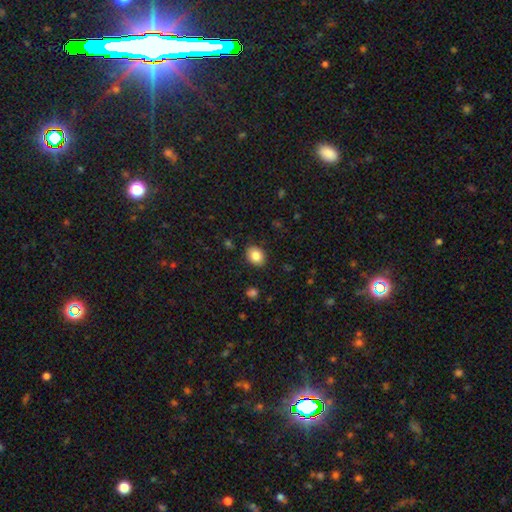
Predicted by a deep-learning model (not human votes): smooth-or-featured: smooth: 85% | star or artifact: 8% | featured or disk: 7%
  how-rounded: in between: 61% | round: 38% | cigar-shaped: 1%
  merging: none: 88% | minor disturbance: 9% | major disturbance: 2% | merger: 1%